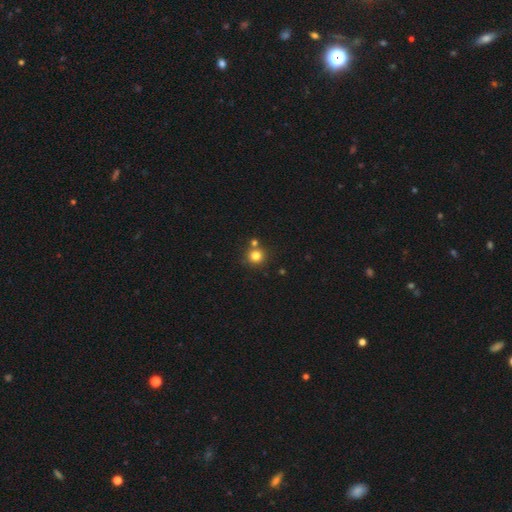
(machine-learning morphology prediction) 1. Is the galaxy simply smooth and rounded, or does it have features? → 80% smooth, 13% star or artifact, 6% featured or disk.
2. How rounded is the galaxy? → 92% round, 7% in between, 1% cigar-shaped.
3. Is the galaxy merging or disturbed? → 73% none, 17% merger, 8% minor disturbance, 3% major disturbance.